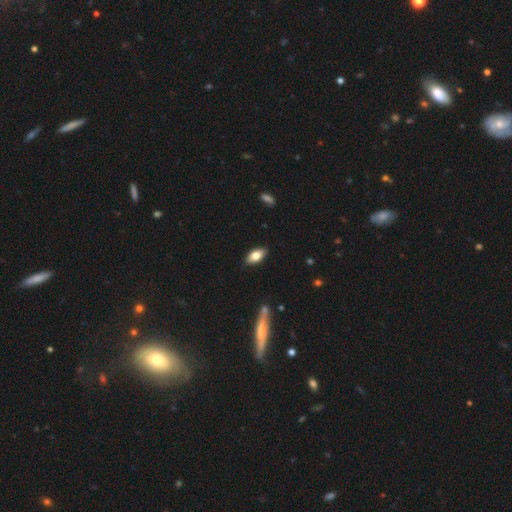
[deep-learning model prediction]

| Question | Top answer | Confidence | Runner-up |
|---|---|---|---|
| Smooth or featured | smooth | 79% | featured or disk (14%) |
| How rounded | in between | 90% | cigar-shaped (8%) |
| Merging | none | 87% | minor disturbance (10%) |